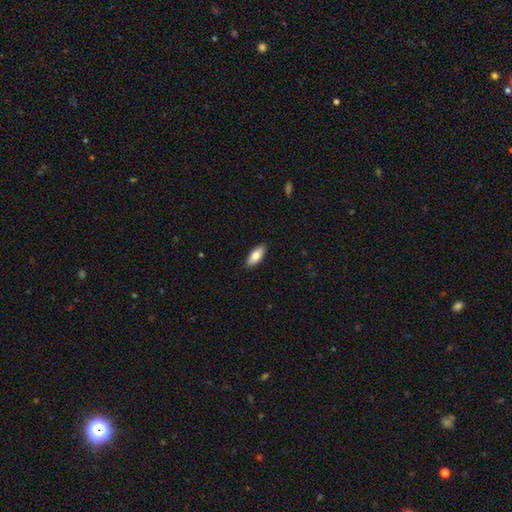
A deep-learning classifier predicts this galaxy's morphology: smooth 80%, featured or disk 14%, star or artifact 6%. Down the decision tree: how rounded — in between (83%); merging — none (90%).